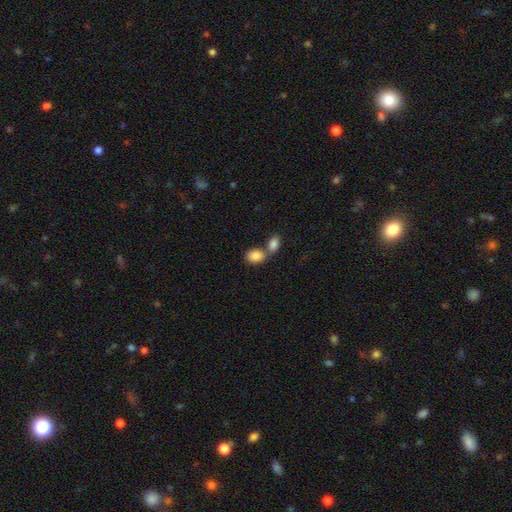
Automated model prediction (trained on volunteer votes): This is clearly a smooth galaxy (87%). How rounded: likely in between (78%). Merging: possibly merger (49%).